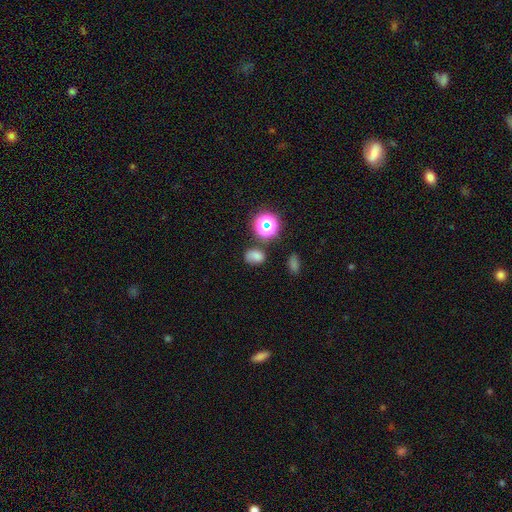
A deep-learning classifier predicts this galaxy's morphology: smooth-or-featured: smooth: 66% | star or artifact: 22% | featured or disk: 11%
  how-rounded: in between: 62% | round: 37% | cigar-shaped: 1%
  merging: none: 63% | minor disturbance: 21% | merger: 8% | major disturbance: 8%